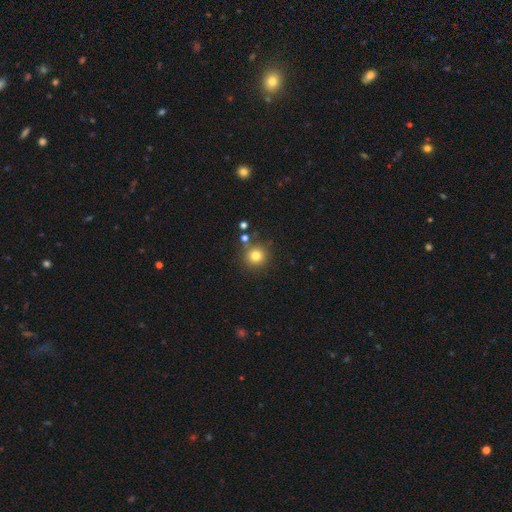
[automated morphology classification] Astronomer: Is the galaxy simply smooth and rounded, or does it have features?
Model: smooth — 79%.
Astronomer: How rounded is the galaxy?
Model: round — 94%.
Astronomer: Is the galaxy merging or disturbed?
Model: none — 79%.